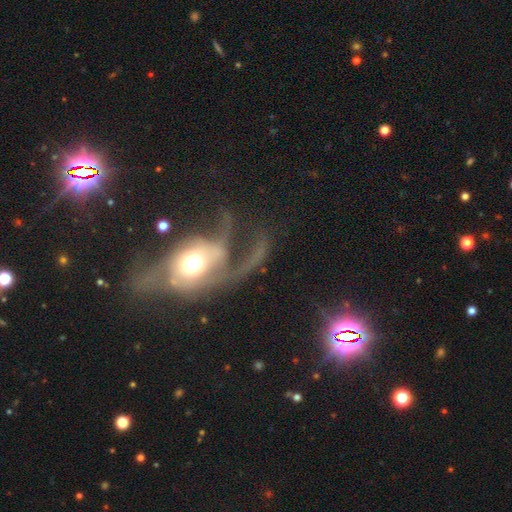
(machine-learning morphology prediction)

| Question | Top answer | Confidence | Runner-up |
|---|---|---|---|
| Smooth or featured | featured or disk | 71% | smooth (18%) |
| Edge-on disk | no | 93% | yes (7%) |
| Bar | no | 70% | weak (21%) |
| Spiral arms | yes | 74% | no (26%) |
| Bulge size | moderate | 51% | large (34%) |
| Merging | major disturbance | 57% | none (23%) |